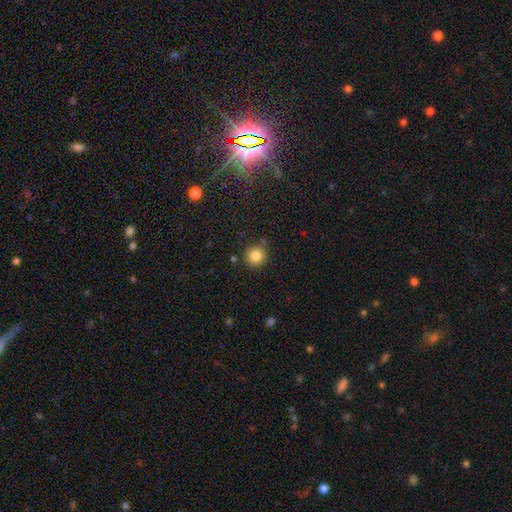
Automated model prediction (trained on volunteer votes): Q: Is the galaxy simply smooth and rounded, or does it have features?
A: smooth — 83%.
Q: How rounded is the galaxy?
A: round — 92%.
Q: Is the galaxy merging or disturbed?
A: none — 83%.